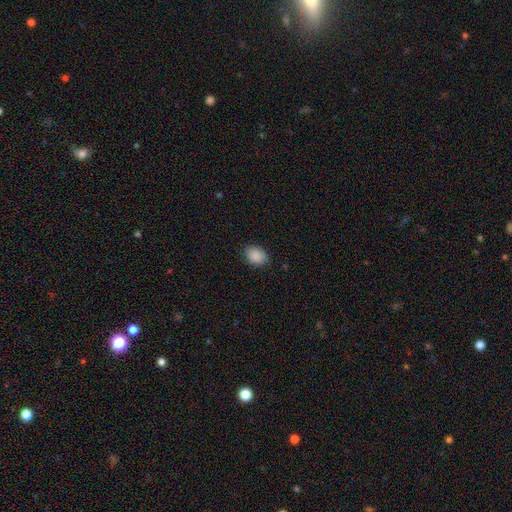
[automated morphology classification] type=smooth (89%); roundness=in between (69%); merging=none (85%).